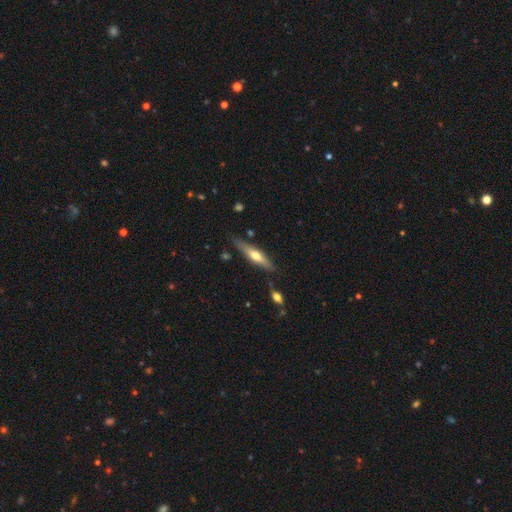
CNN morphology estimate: Q: Smooth or featured?
A: featured or disk (51%); runner-up: smooth (44%)
Q: Edge-on disk?
A: yes (89%); runner-up: no (11%)
Q: Merging?
A: none (79%); runner-up: minor disturbance (14%)